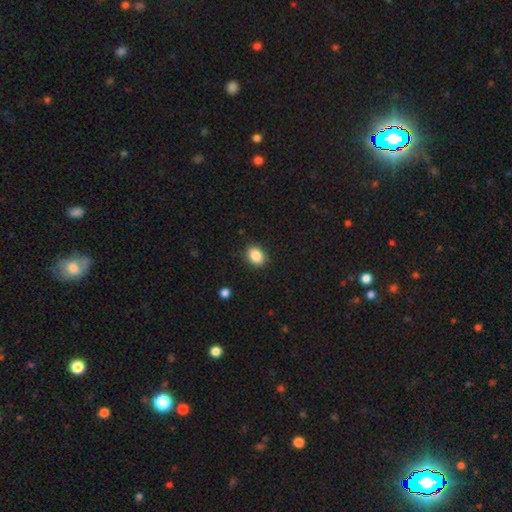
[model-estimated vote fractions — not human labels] Overall: smooth (87%). How rounded: in between (69%; round 30%). Merging: none (88%).